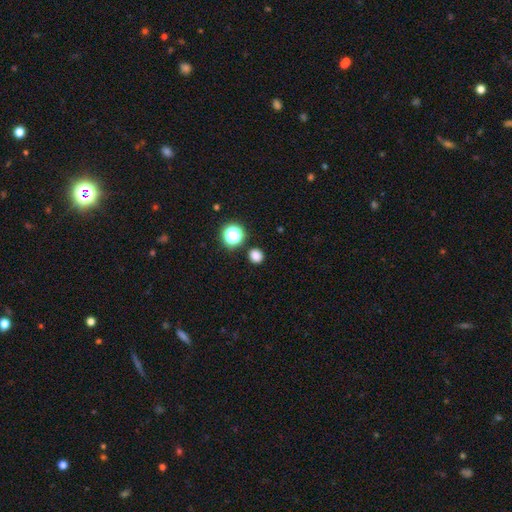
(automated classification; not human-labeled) The model was most divided on "smooth or featured": smooth: 79%, star or artifact: 17%, featured or disk: 4%. More confident: merging — none (88%); how rounded — round (85%).